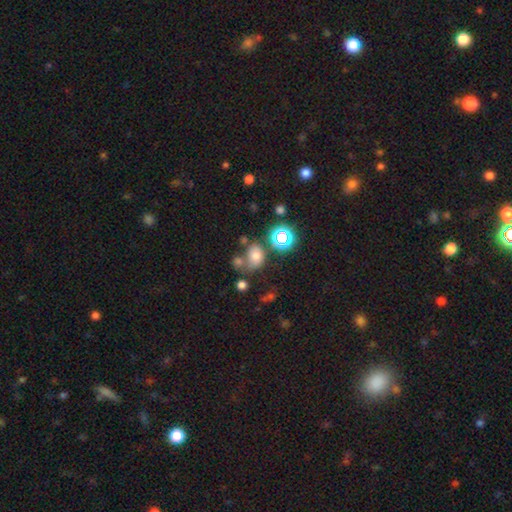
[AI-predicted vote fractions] Smooth or featured: smooth — 63% (star or artifact — 24%)
How rounded: in between — 56% (round — 42%)
Merging: none — 50% (merger — 25%)